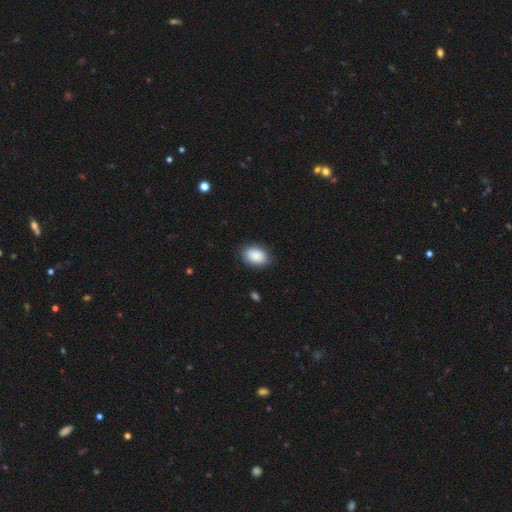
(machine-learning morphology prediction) smooth 89%, star or artifact 7%, featured or disk 4%. Down the decision tree: how rounded — in between (83%); merging — none (85%).